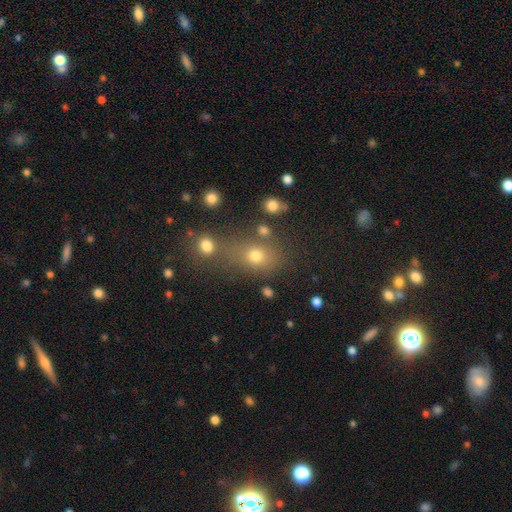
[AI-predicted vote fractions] Q: Smooth or featured?
A: smooth (70%); runner-up: star or artifact (19%)
Q: How rounded?
A: in between (52%); runner-up: round (46%)
Q: Merging?
A: none (55%); runner-up: merger (25%)